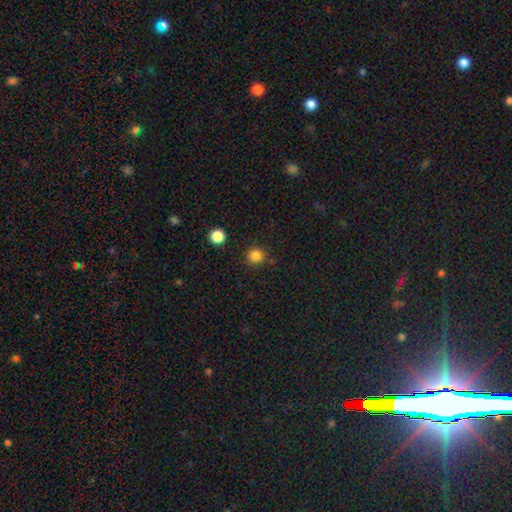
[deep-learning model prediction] Q: Smooth or featured?
A: smooth (83%); runner-up: star or artifact (13%)
Q: How rounded?
A: round (94%); runner-up: in between (5%)
Q: Merging?
A: none (88%); runner-up: minor disturbance (7%)